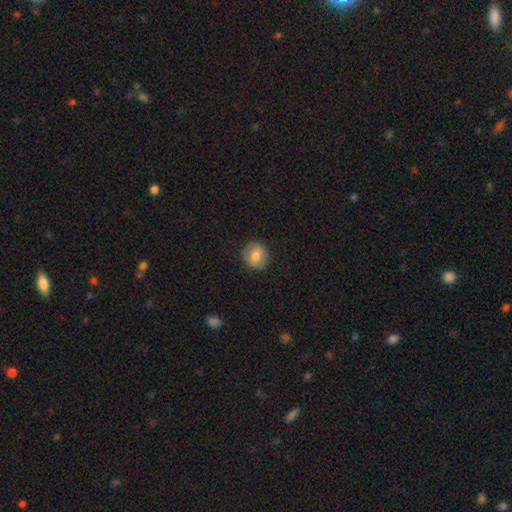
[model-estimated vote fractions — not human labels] smooth_or_featured: smooth (p=0.75) [alt: featured or disk p=0.17]
how_rounded: round (p=0.87) [alt: in between p=0.12]
merging: none (p=0.88) [alt: minor disturbance p=0.08]